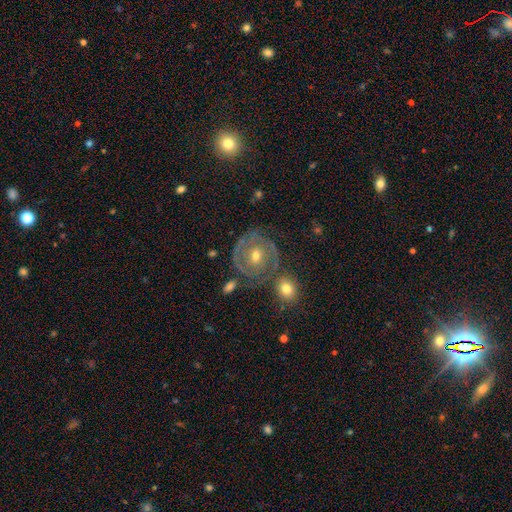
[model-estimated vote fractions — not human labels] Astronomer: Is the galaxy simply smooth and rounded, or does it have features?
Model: featured or disk — 78%.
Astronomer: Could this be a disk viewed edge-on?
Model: no — 97%.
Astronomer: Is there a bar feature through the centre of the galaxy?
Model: no — 67%.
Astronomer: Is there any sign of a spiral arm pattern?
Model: yes — 86%.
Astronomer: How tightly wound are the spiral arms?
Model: tight — 72%.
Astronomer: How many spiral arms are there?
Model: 2 — 51%.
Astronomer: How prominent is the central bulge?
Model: moderate — 64%.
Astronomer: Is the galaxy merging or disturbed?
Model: none — 69%.